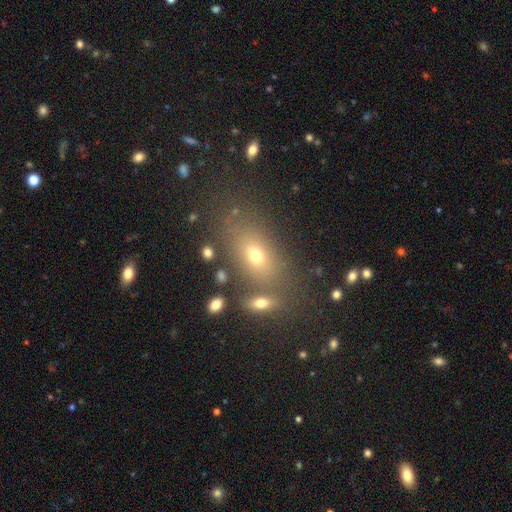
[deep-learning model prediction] smooth_or_featured: smooth (p=0.61) [alt: star or artifact p=0.20]
how_rounded: in between (p=0.76) [alt: round p=0.17]
merging: none (p=0.69) [alt: merger p=0.14]